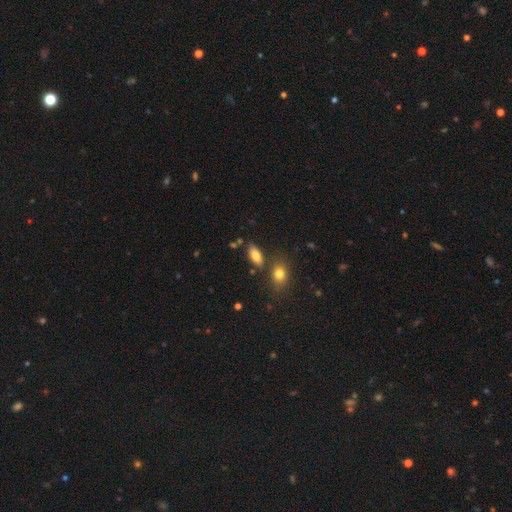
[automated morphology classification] type=smooth (84%); roundness=in between (86%); merging=none (77%).